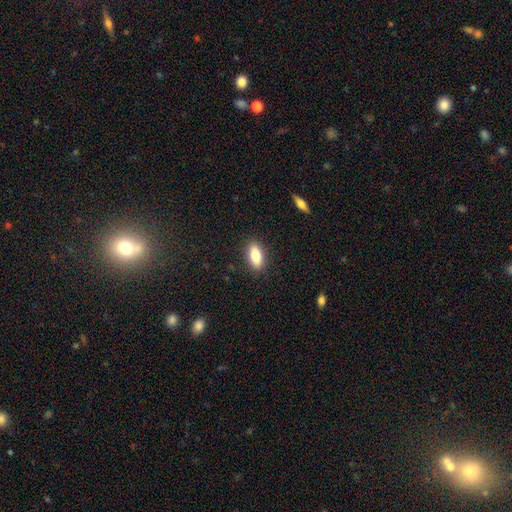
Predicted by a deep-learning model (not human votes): Smooth or featured: smooth — 79% (featured or disk — 13%)
How rounded: in between — 80% (cigar-shaped — 16%)
Merging: none — 88% (minor disturbance — 9%)